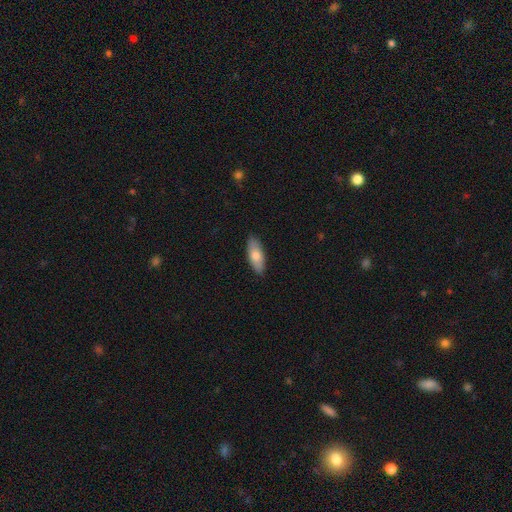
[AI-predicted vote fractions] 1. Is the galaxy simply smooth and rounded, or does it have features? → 75% smooth, 19% featured or disk, 6% star or artifact.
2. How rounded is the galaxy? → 74% in between, 24% cigar-shaped, 2% round.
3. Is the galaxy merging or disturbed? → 88% none, 9% minor disturbance, 2% major disturbance, 1% merger.